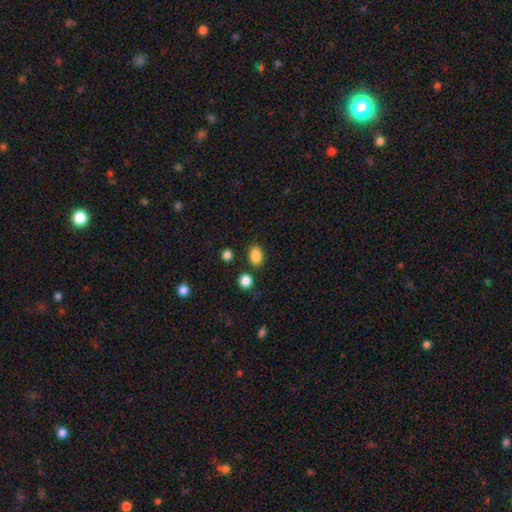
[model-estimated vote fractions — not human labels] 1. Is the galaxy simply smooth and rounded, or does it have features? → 86% smooth, 10% star or artifact, 4% featured or disk.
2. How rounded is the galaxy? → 77% in between, 21% round, 1% cigar-shaped.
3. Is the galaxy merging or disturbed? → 81% none, 11% minor disturbance, 5% merger, 3% major disturbance.